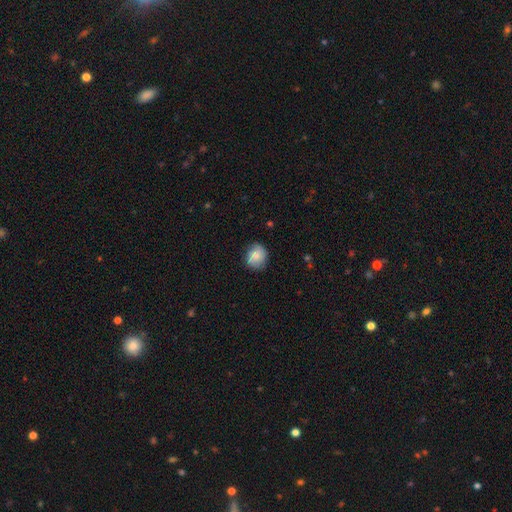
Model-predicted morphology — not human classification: Smooth or featured? smooth (75%)
How rounded? round (76%)
Merging? none (73%)